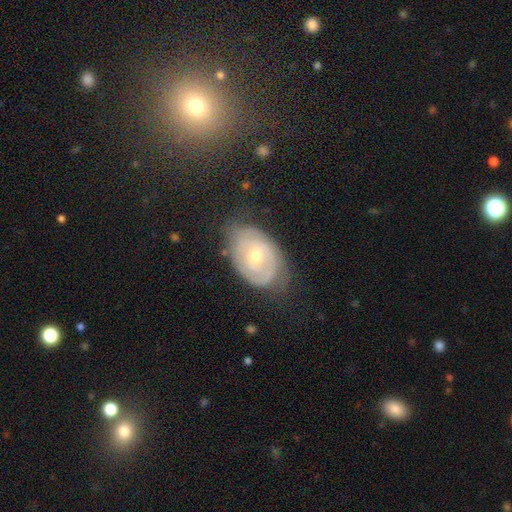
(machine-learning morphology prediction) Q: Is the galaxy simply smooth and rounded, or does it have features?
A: featured or disk — 70%.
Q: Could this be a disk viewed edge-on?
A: no — 94%.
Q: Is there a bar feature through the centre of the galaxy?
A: no — 67%.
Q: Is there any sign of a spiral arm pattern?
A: yes — 71%.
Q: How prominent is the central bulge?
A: moderate — 63%.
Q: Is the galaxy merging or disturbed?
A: none — 67%.